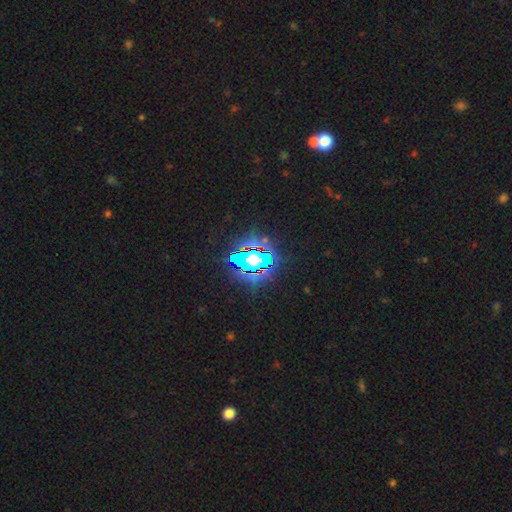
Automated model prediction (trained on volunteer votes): Smooth or featured? star or artifact (81%)